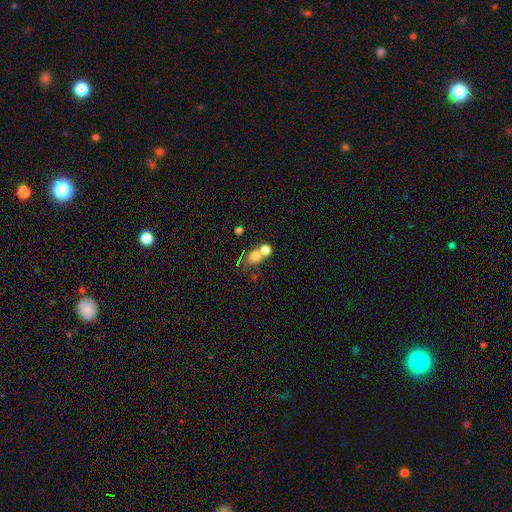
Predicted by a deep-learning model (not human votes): Q: Smooth or featured?
A: smooth (72%); runner-up: star or artifact (14%)
Q: How rounded?
A: round (68%); runner-up: in between (31%)
Q: Merging?
A: merger (50%); runner-up: none (37%)